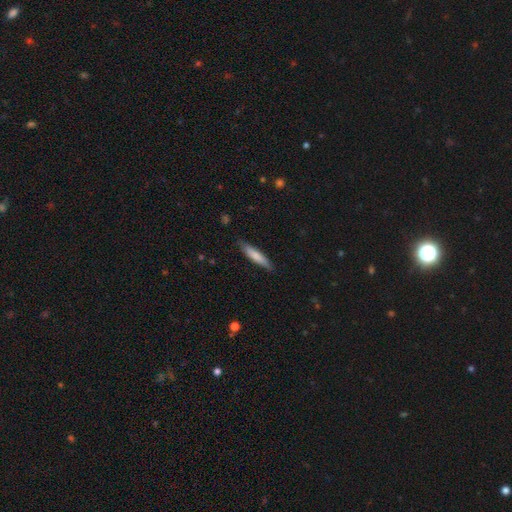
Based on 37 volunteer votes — A smooth galaxy with no disk features (81%) that is cigar-shaped (80%). Merging: none (86%).